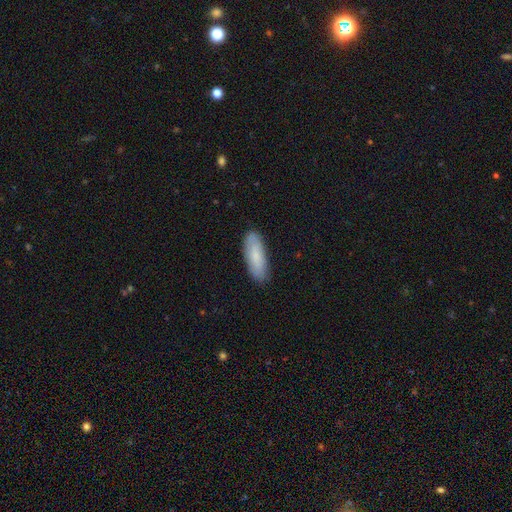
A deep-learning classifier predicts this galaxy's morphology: A smooth galaxy with no disk features (76%) that is in between round and cigar-shaped (62%).

Vote fractions:
- Smooth or featured? smooth: 76% / featured or disk: 18% / star or artifact: 6%
- How rounded? in between: 62% / cigar-shaped: 37% / round: 2%
- Merging? none: 84% / minor disturbance: 12% / major disturbance: 2% / merger: 1%